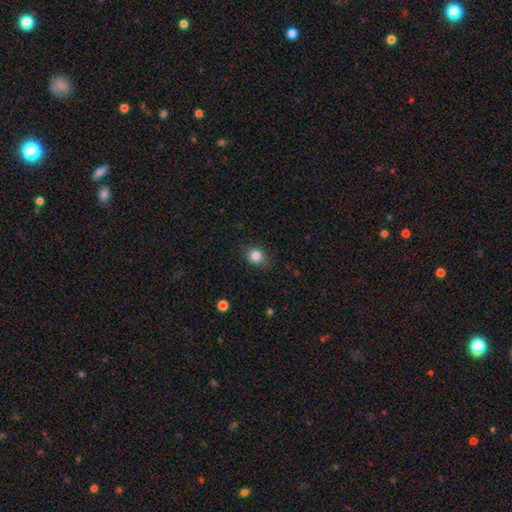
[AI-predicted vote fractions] smooth_or_featured: smooth (p=0.84) [alt: star or artifact p=0.11]
how_rounded: round (p=0.74) [alt: in between p=0.25]
merging: none (p=0.83) [alt: minor disturbance p=0.13]